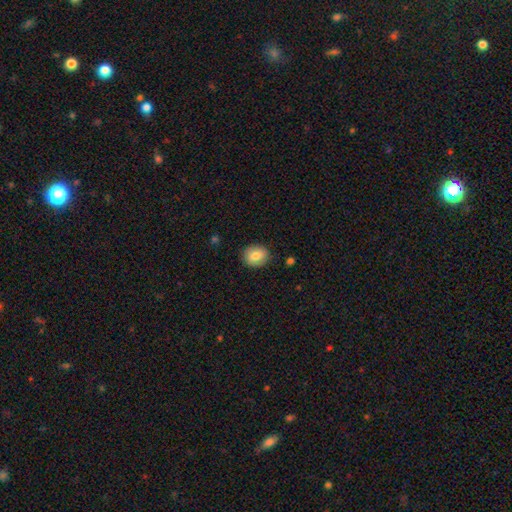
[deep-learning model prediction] smooth_or_featured: smooth (p=0.81) [alt: featured or disk p=0.11]
how_rounded: round (p=0.67) [alt: in between p=0.32]
merging: none (p=0.87) [alt: minor disturbance p=0.09]